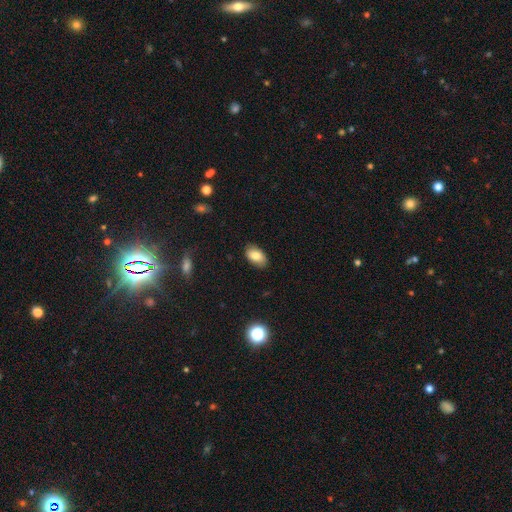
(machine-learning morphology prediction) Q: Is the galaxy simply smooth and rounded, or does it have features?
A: smooth — 83%.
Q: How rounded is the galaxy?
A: in between — 92%.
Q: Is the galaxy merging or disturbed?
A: none — 85%.